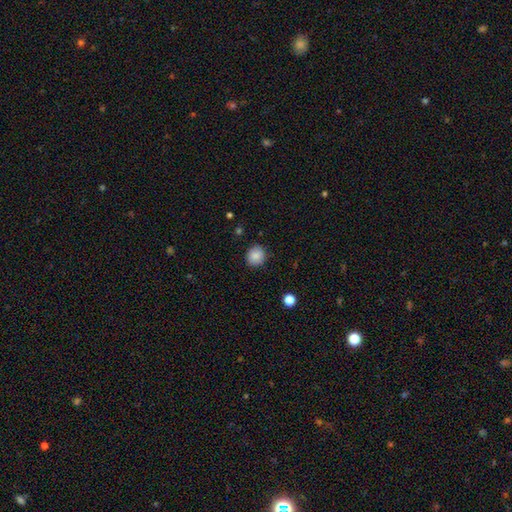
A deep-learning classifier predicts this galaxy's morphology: type=smooth (86%); roundness=round (87%); merging=none (88%).